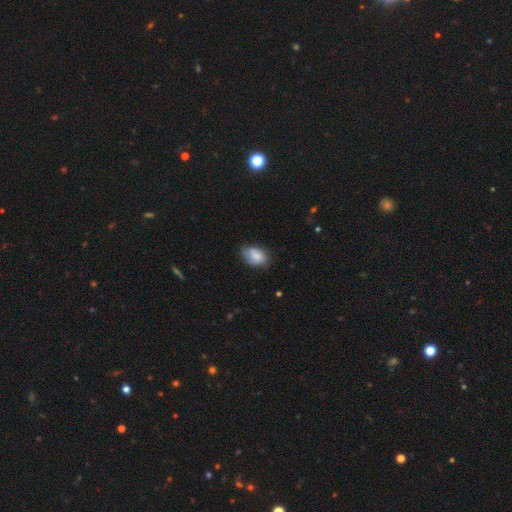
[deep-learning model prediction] Morphology: type=smooth (81%); roundness=in between (86%); merging=none (60%).